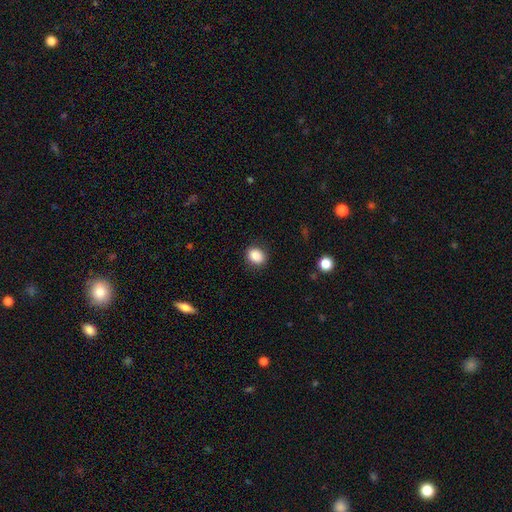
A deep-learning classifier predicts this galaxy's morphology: smooth-or-featured: smooth: 88% | star or artifact: 9% | featured or disk: 4%
  how-rounded: round: 50% | in between: 49% | cigar-shaped: 1%
  merging: none: 87% | minor disturbance: 9% | major disturbance: 3% | merger: 1%